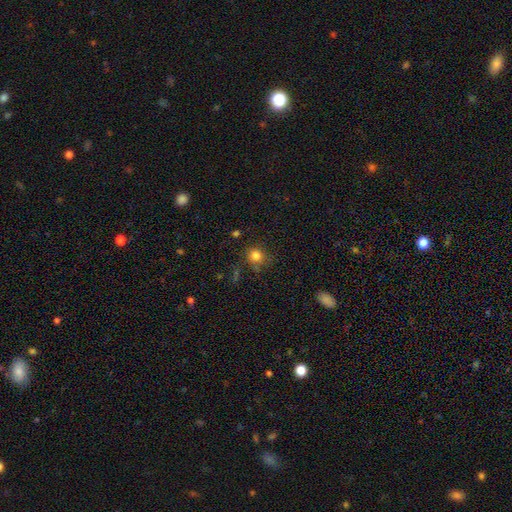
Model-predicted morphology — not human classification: smooth_or_featured: smooth (p=0.81) [alt: star or artifact p=0.13]
how_rounded: round (p=0.87) [alt: in between p=0.12]
merging: none (p=0.79) [alt: minor disturbance p=0.14]